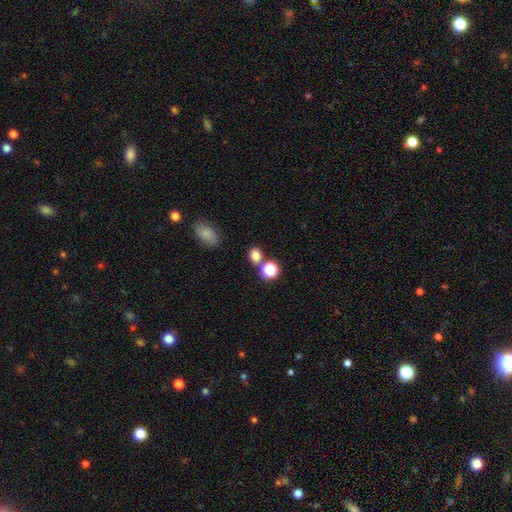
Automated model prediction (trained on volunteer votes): Smooth or featured? Predicted: smooth (p=0.79). How rounded? Predicted: round (p=0.54). Merging? Predicted: none (p=0.67).